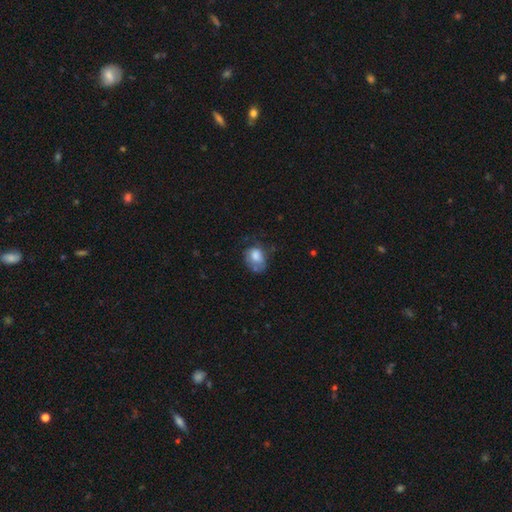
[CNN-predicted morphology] Smooth or featured? Predicted: smooth (p=0.68). How rounded? Predicted: in between (p=0.60). Merging? Predicted: none (p=0.39).